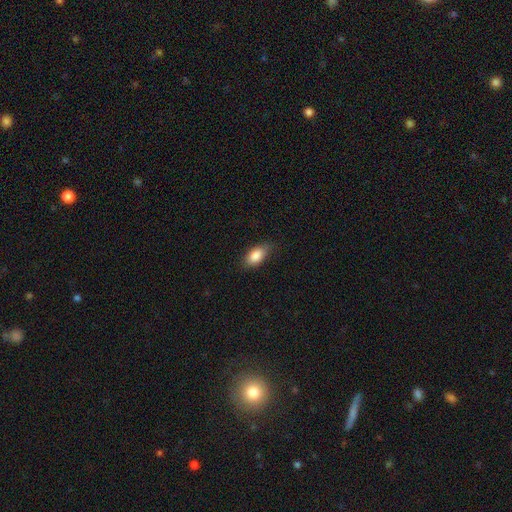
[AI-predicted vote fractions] smooth_or_featured: smooth (p=0.87) [alt: star or artifact p=0.07]
how_rounded: in between (p=0.90) [alt: cigar-shaped p=0.05]
merging: none (p=0.75) [alt: minor disturbance p=0.20]